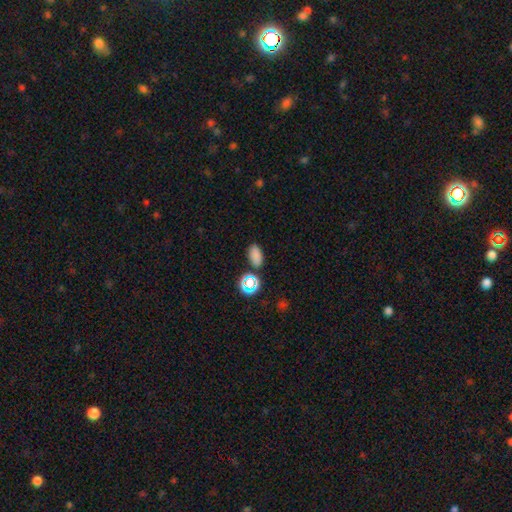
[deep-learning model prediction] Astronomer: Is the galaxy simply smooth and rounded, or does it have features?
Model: smooth — 77%.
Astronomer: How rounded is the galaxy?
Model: in between — 88%.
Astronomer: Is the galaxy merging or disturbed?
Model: none — 81%.